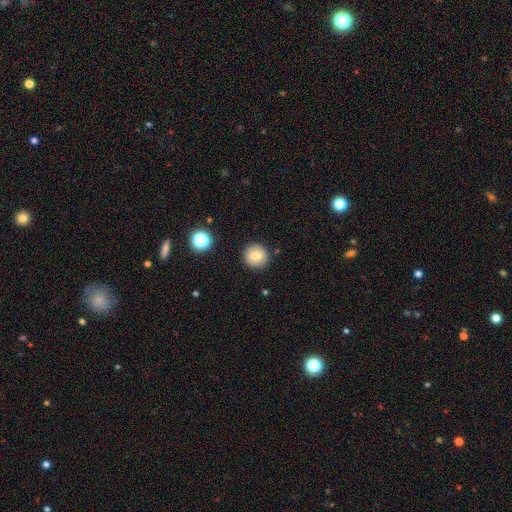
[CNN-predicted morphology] smooth-or-featured: smooth: 83% | star or artifact: 10% | featured or disk: 7%
  how-rounded: round: 94% | in between: 5% | cigar-shaped: 1%
  merging: none: 88% | minor disturbance: 7% | major disturbance: 2% | merger: 2%